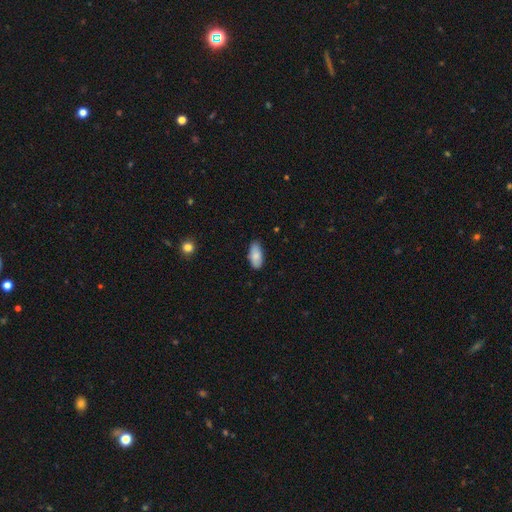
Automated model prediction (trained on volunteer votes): A smooth galaxy with no disk features (84%) that is in between round and cigar-shaped (92%).

Vote fractions:
- Smooth or featured? smooth: 84% / featured or disk: 9% / star or artifact: 6%
- How rounded? in between: 92% / cigar-shaped: 6% / round: 2%
- Merging? none: 81% / minor disturbance: 16% / major disturbance: 2% / merger: 1%